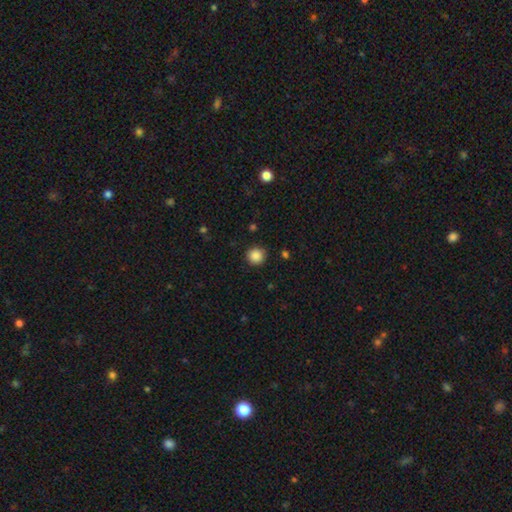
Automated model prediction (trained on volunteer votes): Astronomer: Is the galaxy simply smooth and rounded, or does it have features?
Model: smooth — 87%.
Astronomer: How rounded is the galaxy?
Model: round — 93%.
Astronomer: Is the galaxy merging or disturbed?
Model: none — 90%.